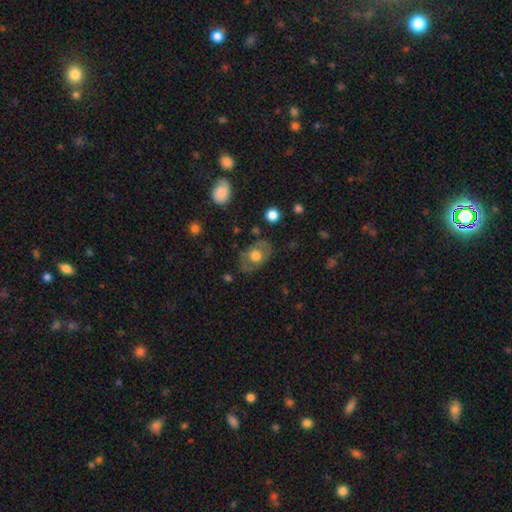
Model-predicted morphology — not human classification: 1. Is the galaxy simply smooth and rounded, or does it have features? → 58% smooth, 34% featured or disk, 8% star or artifact.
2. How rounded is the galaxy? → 71% in between, 28% round, 1% cigar-shaped.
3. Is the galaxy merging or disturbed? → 70% none, 19% minor disturbance, 8% major disturbance, 2% merger.